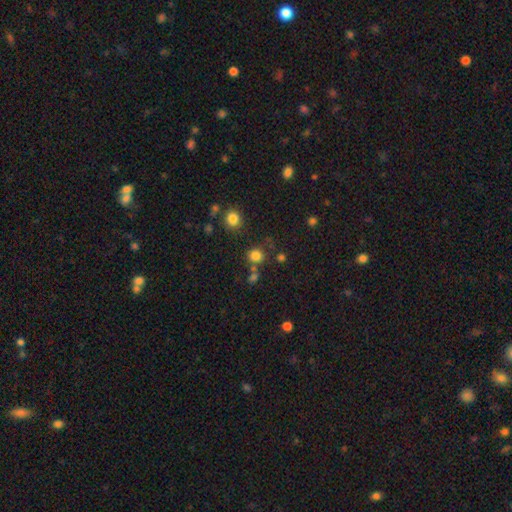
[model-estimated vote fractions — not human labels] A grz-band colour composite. It shows a smooth galaxy with no disk features (79%) that is round (84%). Merging: none (72%).